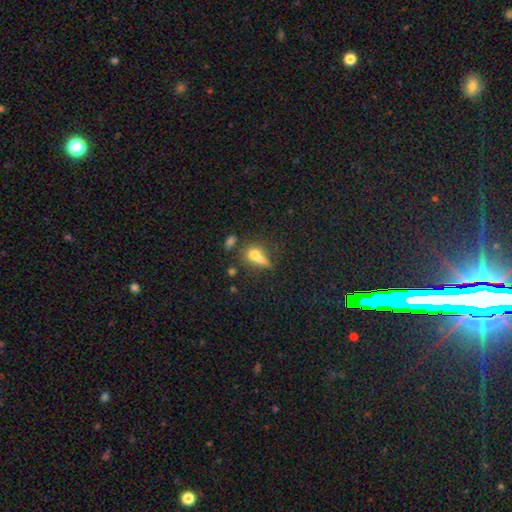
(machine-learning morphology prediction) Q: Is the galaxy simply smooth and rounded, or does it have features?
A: smooth — 67%.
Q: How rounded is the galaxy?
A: round — 48%.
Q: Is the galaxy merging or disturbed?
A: merger — 46%.